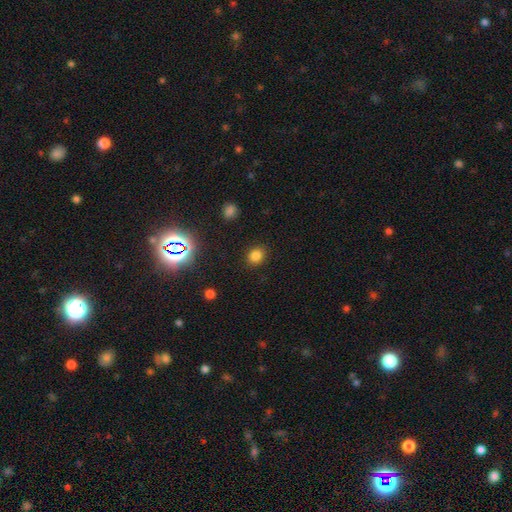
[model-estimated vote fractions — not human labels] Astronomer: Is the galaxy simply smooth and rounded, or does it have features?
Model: smooth — 79%.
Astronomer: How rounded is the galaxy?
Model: round — 69%.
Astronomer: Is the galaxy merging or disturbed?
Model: none — 89%.